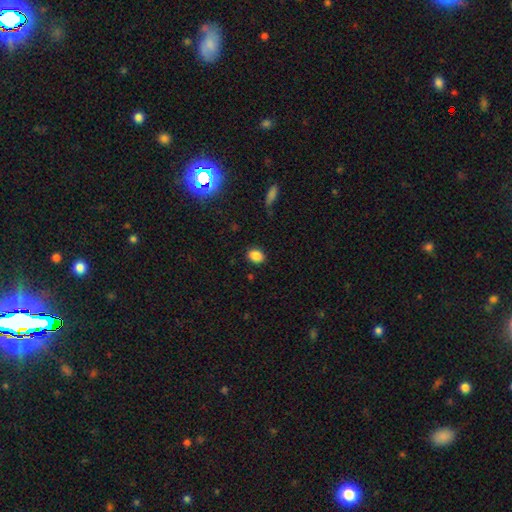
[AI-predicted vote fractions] smooth_or_featured: smooth (p=0.87) [alt: star or artifact p=0.09]
how_rounded: in between (p=0.63) [alt: round p=0.36]
merging: none (p=0.86) [alt: minor disturbance p=0.10]